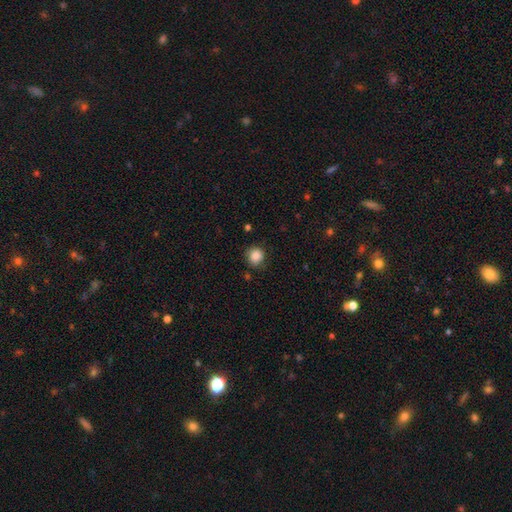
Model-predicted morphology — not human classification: This is clearly a smooth galaxy (86%). How rounded: clearly round (89%). Merging: clearly none (80%).